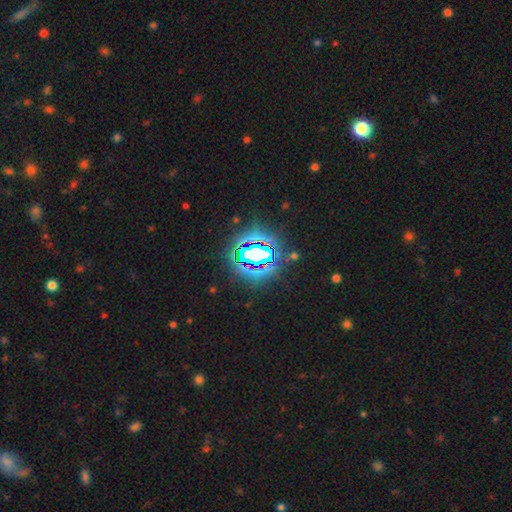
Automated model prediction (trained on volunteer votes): smooth_or_featured: star or artifact (p=0.69) [alt: smooth p=0.19]